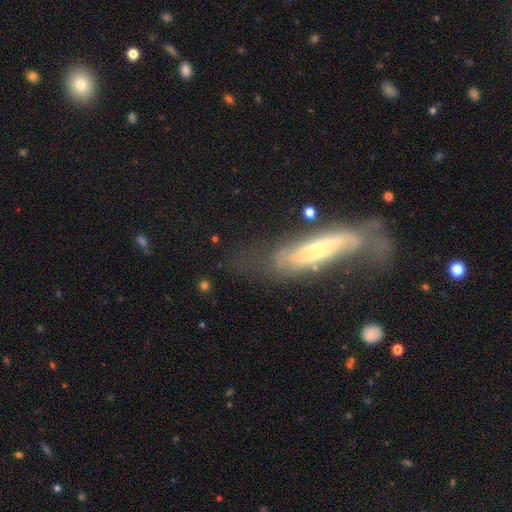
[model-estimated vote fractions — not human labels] A featured or disk galaxy (60%). Merging: none (45%).